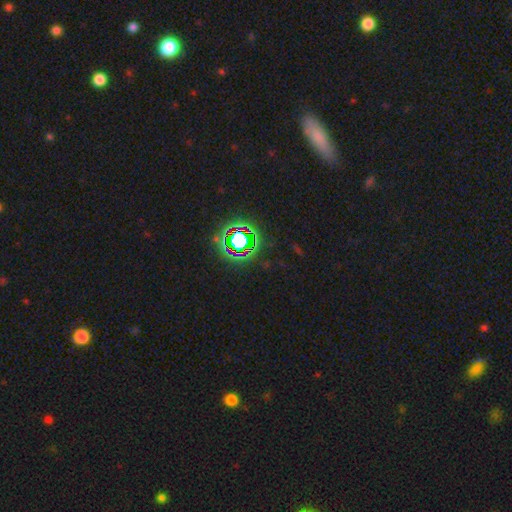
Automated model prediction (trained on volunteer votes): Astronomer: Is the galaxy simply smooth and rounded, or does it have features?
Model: star or artifact — 77%.